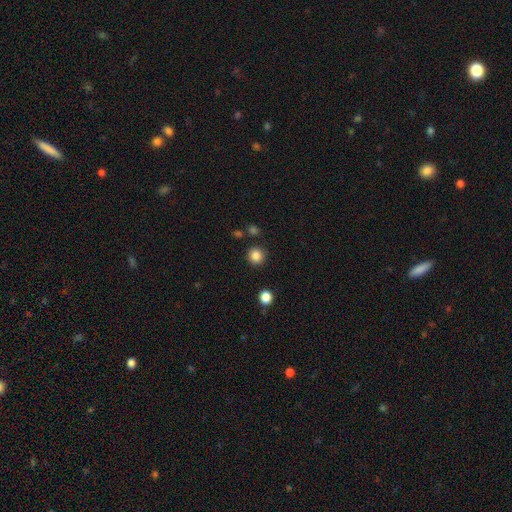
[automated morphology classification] Smooth or featured? Predicted: smooth (p=0.85). How rounded? Predicted: round (p=0.94). Merging? Predicted: none (p=0.89).